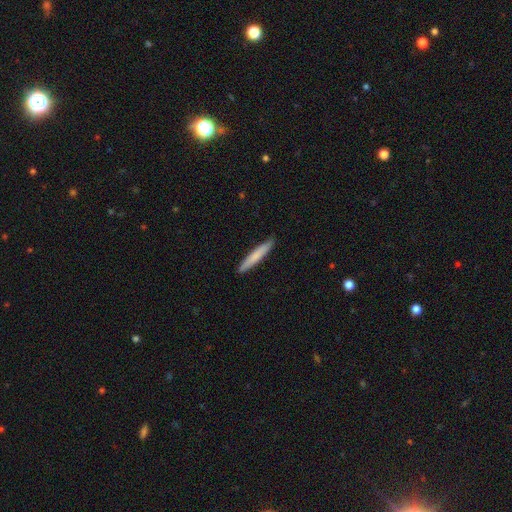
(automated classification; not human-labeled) A smooth galaxy with no disk features (73%) that is cigar-shaped (95%).

Vote fractions:
- Smooth or featured? smooth: 73% / featured or disk: 22% / star or artifact: 5%
- How rounded? cigar-shaped: 95% / in between: 4% / round: 1%
- Merging? none: 91% / minor disturbance: 7% / major disturbance: 1% / merger: 1%